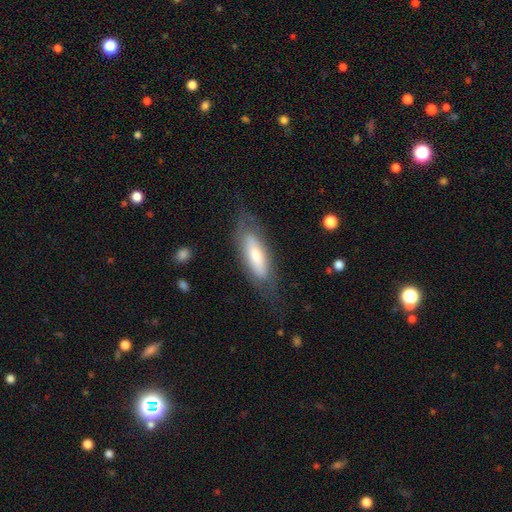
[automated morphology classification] type=smooth (52%); roundness=in between (57%); merging=none (68%).